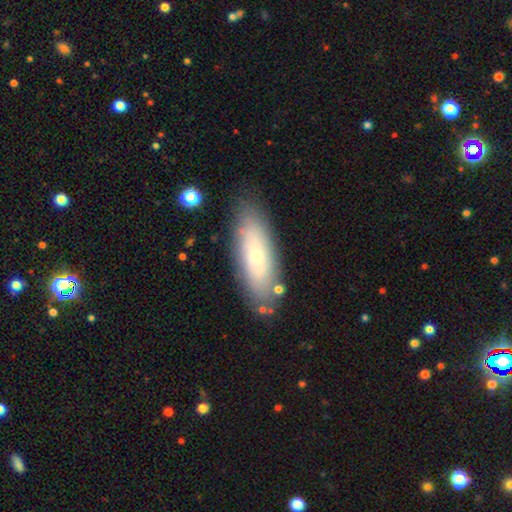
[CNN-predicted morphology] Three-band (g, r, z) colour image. It shows a smooth galaxy with no disk features (57%) that is in between round and cigar-shaped (64%). Merging: none (80%).